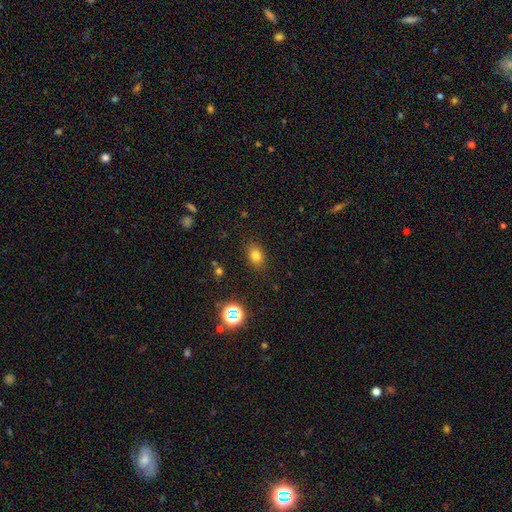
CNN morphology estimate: smooth-or-featured: smooth: 77% | star or artifact: 15% | featured or disk: 8%
  how-rounded: in between: 67% | round: 31% | cigar-shaped: 1%
  merging: none: 85% | minor disturbance: 10% | major disturbance: 3% | merger: 1%